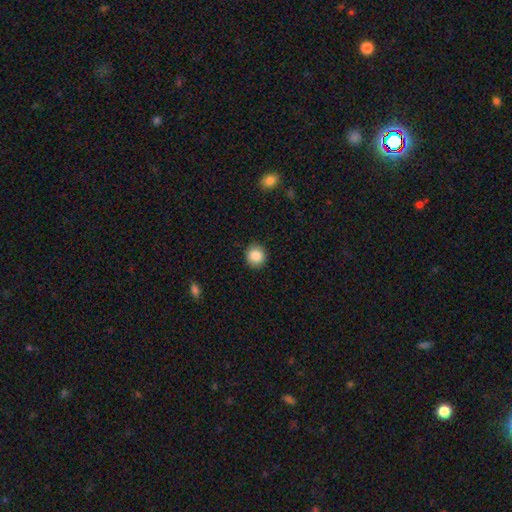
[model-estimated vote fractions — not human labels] The model was most divided on "how rounded": round: 88%, in between: 11%, cigar-shaped: 1%. More confident: merging — none (90%); smooth or featured — smooth (87%).